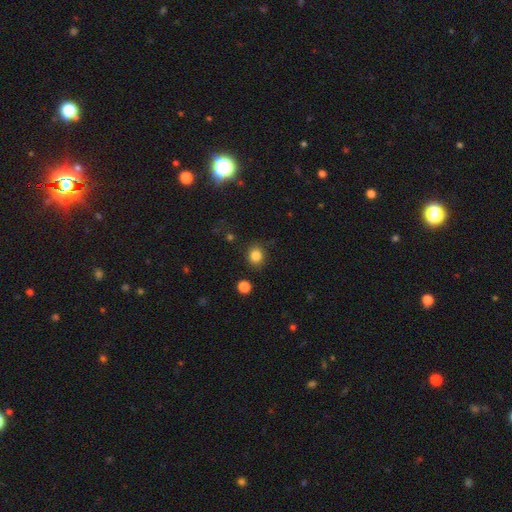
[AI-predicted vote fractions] A smooth galaxy with no disk features (84%) that is round (76%).

Vote fractions:
- Smooth or featured? smooth: 84% / star or artifact: 12% / featured or disk: 5%
- How rounded? round: 76% / in between: 23% / cigar-shaped: 1%
- Merging? none: 84% / minor disturbance: 10% / major disturbance: 3% / merger: 2%